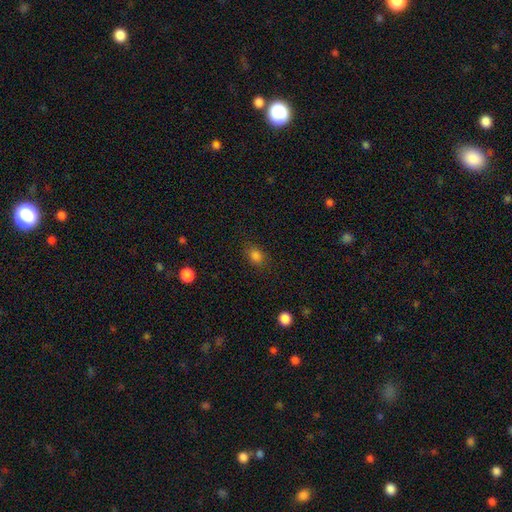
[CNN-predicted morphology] A smooth galaxy with no disk features (82%) that is in between round and cigar-shaped (61%). Merging: none (79%).